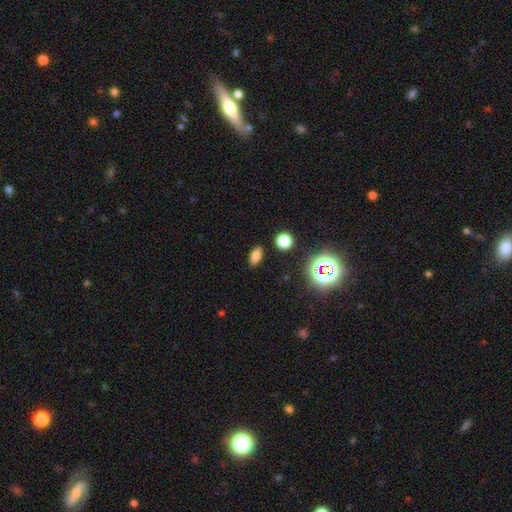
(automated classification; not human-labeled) smooth_or_featured: smooth (p=0.73) [alt: star or artifact p=0.17]
how_rounded: in between (p=0.84) [alt: round p=0.10]
merging: none (p=0.87) [alt: minor disturbance p=0.08]